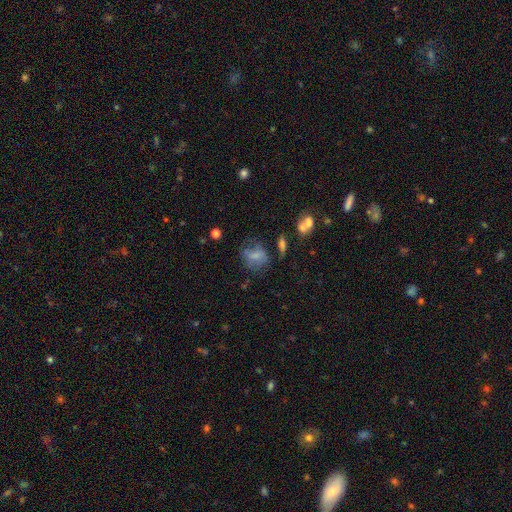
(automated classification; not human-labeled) smooth-or-featured: smooth: 62% | featured or disk: 25% | star or artifact: 12%
  how-rounded: in between: 51% | round: 47% | cigar-shaped: 2%
  merging: none: 48% | minor disturbance: 26% | major disturbance: 21% | merger: 6%